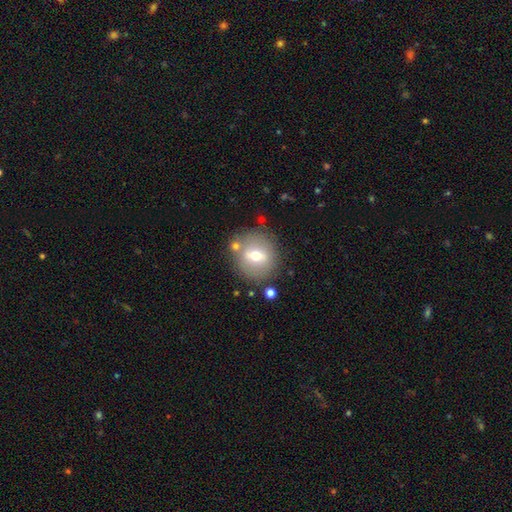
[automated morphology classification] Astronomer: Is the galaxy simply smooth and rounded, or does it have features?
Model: smooth — 55% (runner-up: featured or disk, 36%).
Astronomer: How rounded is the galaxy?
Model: round — 83%.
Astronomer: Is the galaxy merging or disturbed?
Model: none — 77%.